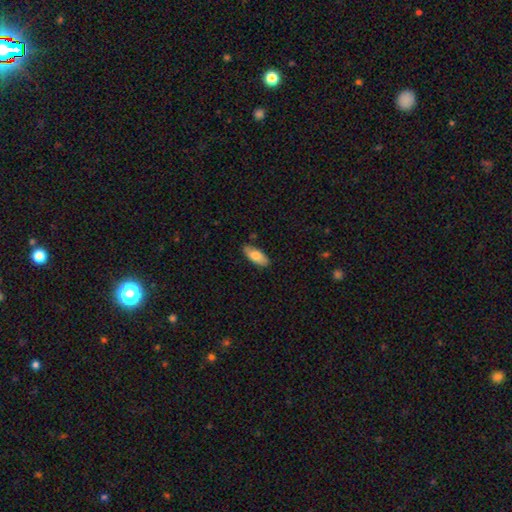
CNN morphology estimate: smooth-or-featured: smooth: 79% | featured or disk: 15% | star or artifact: 6%
  how-rounded: in between: 84% | cigar-shaped: 14% | round: 2%
  merging: none: 82% | minor disturbance: 14% | major disturbance: 2% | merger: 2%